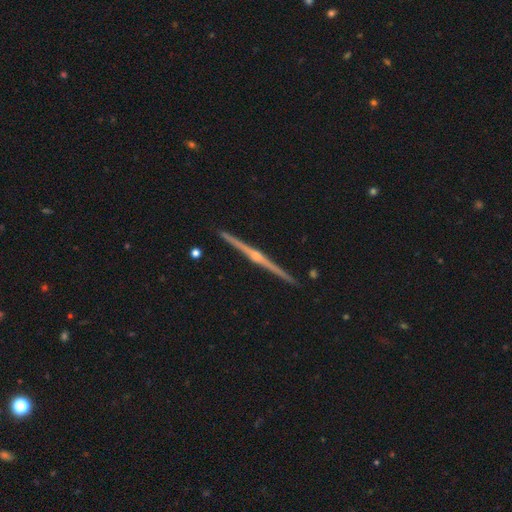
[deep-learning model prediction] Smooth or featured? Predicted: featured or disk (p=0.88). Edge-on disk? Predicted: yes (p=0.99). Edge-on bulge? Predicted: rounded (p=0.80). Merging? Predicted: none (p=0.93).